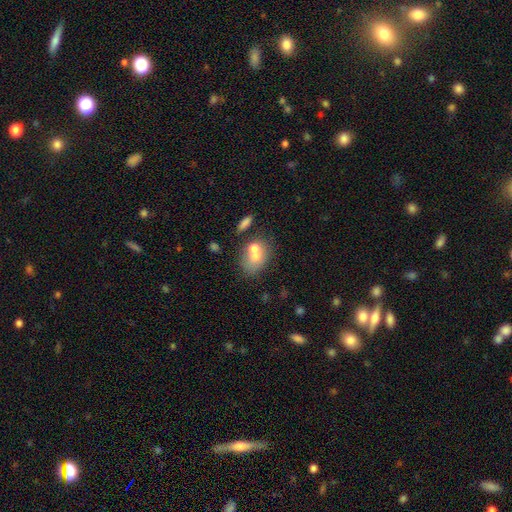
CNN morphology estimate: Smooth or featured: smooth — 65% (featured or disk — 23%)
How rounded: in between — 65% (round — 33%)
Merging: none — 40% (merger — 38%)